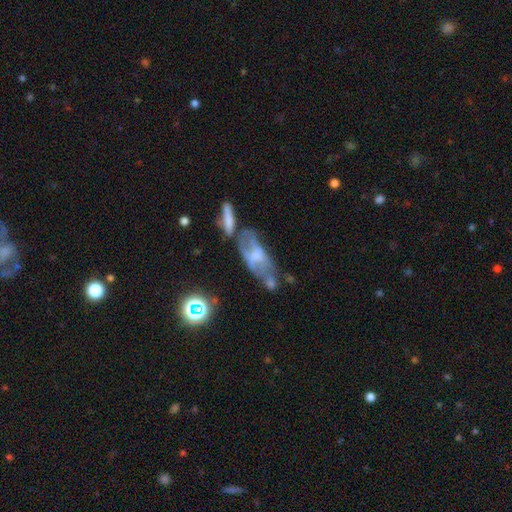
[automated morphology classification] type=featured or disk (56%); edge-on=no (83%); merging=none (33%).